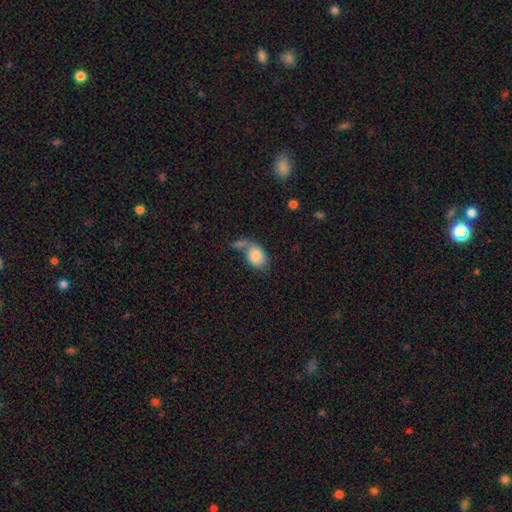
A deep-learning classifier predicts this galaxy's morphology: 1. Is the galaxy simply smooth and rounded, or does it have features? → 81% smooth, 11% featured or disk, 7% star or artifact.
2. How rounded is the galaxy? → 79% in between, 20% round, 1% cigar-shaped.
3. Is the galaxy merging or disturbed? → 37% none, 32% merger, 19% minor disturbance, 13% major disturbance.